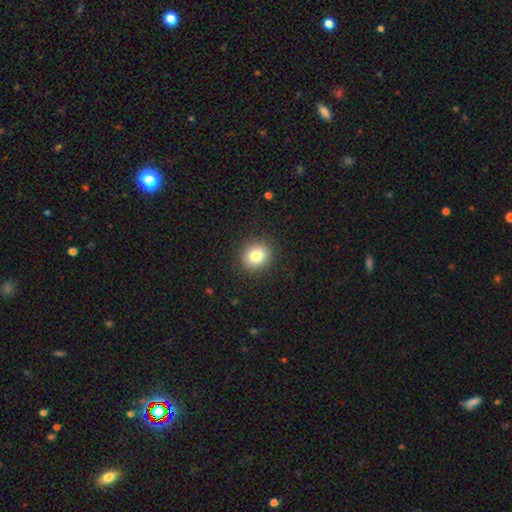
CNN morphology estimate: Smooth or featured? Predicted: smooth (p=0.82). How rounded? Predicted: round (p=0.82). Merging? Predicted: none (p=0.91).